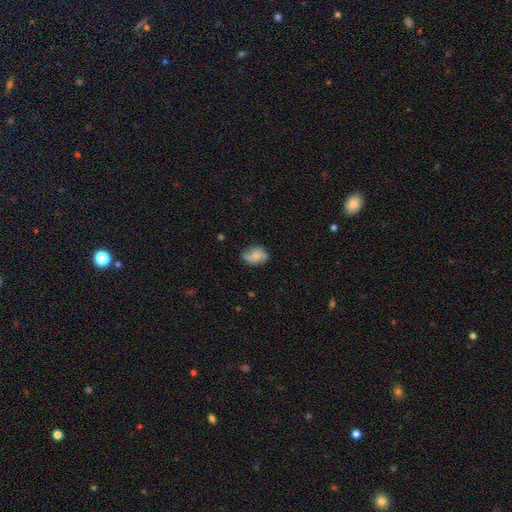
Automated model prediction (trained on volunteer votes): This appears to be a smooth galaxy with no disk features (55%) that is in between round and cigar-shaped (73%). Merging: none (56%).